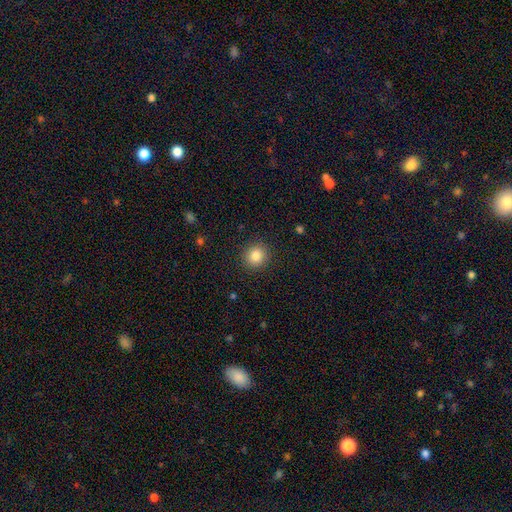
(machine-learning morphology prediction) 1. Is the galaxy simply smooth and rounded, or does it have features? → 84% smooth, 11% star or artifact, 6% featured or disk.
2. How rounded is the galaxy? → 90% round, 9% in between, 1% cigar-shaped.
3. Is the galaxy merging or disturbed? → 91% none, 6% minor disturbance, 2% major disturbance, 1% merger.